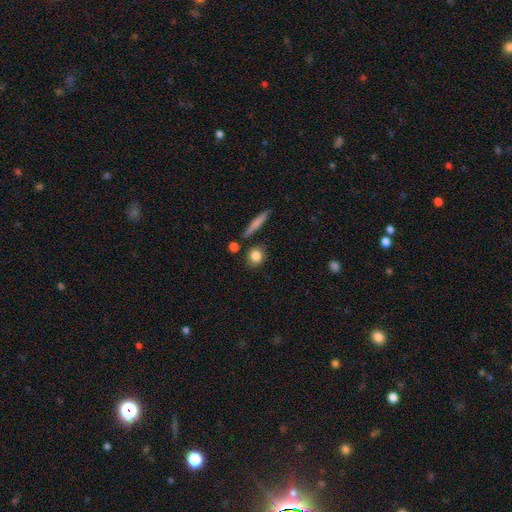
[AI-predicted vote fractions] smooth 82%, featured or disk 9%, star or artifact 8%. Down the decision tree: how rounded — round (69%); merging — none (75%).